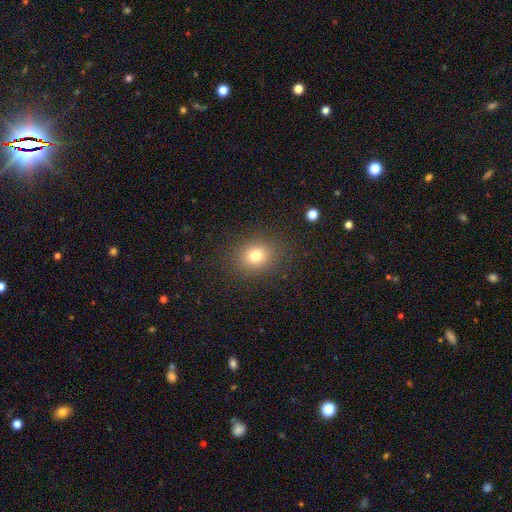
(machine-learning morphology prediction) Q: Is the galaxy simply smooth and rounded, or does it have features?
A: smooth — 77%.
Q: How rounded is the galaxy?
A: round — 66%.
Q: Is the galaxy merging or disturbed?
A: none — 86%.